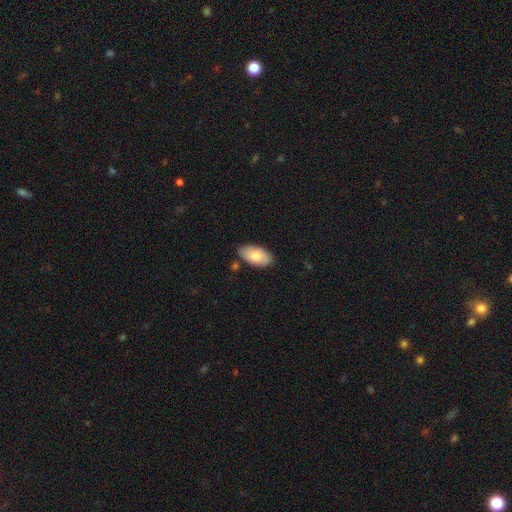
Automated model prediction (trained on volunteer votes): A smooth galaxy with no disk features (73%) that is in between round and cigar-shaped (94%).

Vote fractions:
- Smooth or featured? smooth: 73% / featured or disk: 21% / star or artifact: 6%
- How rounded? in between: 94% / round: 3% / cigar-shaped: 2%
- Merging? none: 79% / minor disturbance: 15% / merger: 4% / major disturbance: 3%